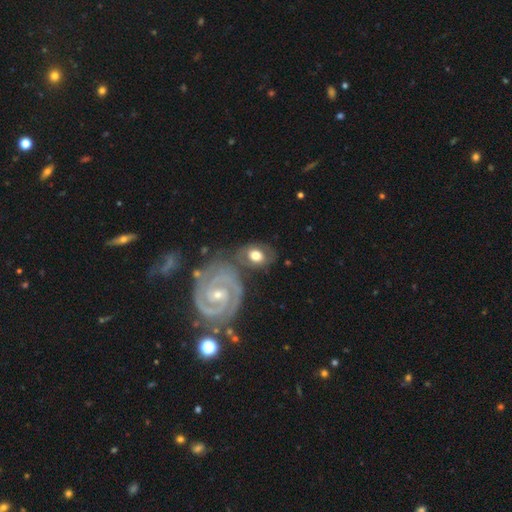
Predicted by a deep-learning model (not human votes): Smooth or featured: featured or disk — 52% (smooth — 42%)
Edge-on disk: no — 95% (yes — 5%)
Merging: none — 59% (minor disturbance — 18%)